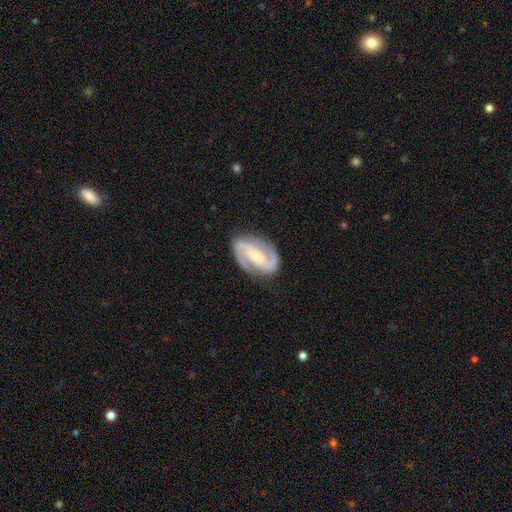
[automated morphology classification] Overall: featured or disk (89%). Edge-on disk: no (97%). Bar: no (40%; weak 34%). Spiral arms: yes (98%). Spiral arm count: 2 (92%). Spiral winding: medium (47%; tight 42%). Bulge size: small (63%; moderate 29%). Merging: none (82%).